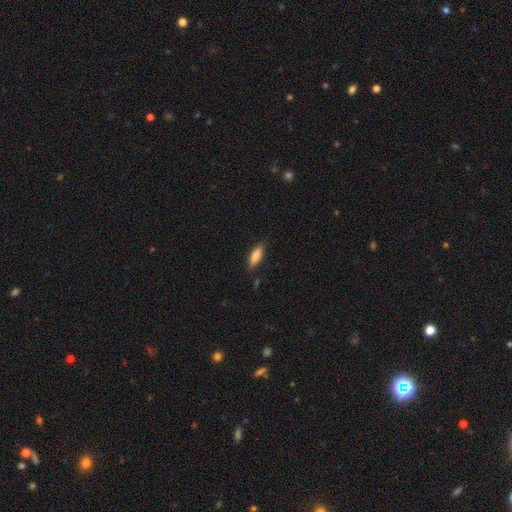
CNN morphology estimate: Smooth or featured? smooth (81%)
How rounded? in between (58%)
Merging? none (83%)